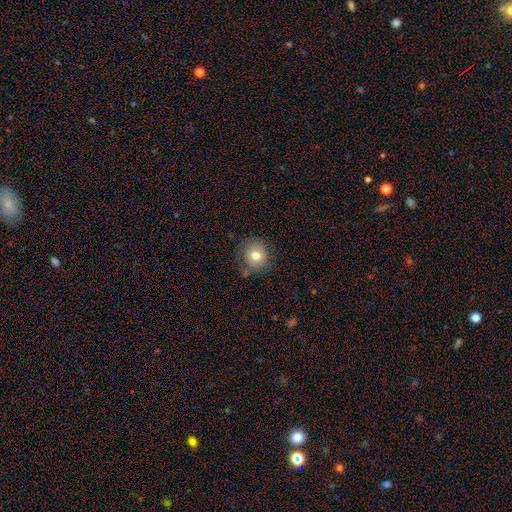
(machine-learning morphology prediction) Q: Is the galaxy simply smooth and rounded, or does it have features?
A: smooth — 74%.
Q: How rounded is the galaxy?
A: round — 84%.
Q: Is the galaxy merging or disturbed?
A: none — 73%.